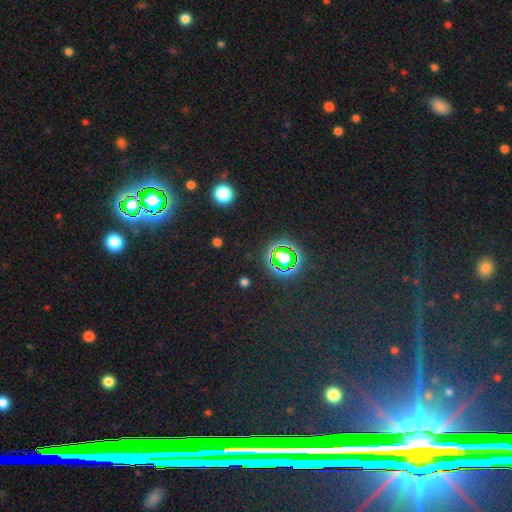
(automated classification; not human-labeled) Smooth or featured: star or artifact — 75% (smooth — 17%)